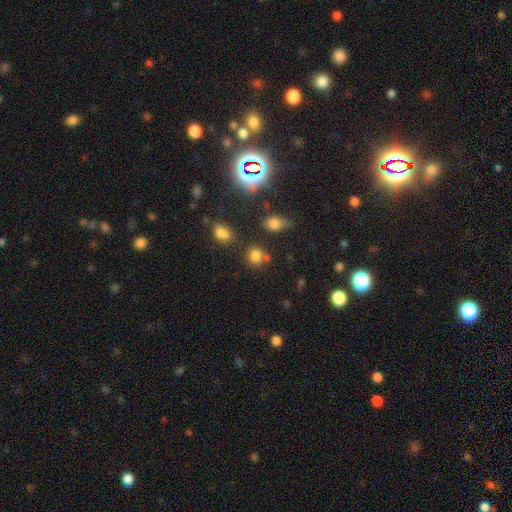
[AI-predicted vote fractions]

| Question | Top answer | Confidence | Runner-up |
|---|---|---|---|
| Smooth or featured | smooth | 75% | star or artifact (18%) |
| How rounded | round | 76% | in between (22%) |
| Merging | none | 67% | merger (15%) |